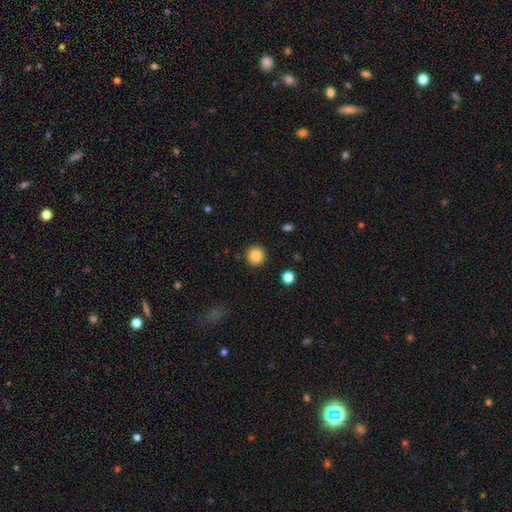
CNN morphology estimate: smooth_or_featured: smooth (p=0.86) [alt: star or artifact p=0.09]
how_rounded: round (p=0.95) [alt: in between p=0.04]
merging: none (p=0.92) [alt: minor disturbance p=0.05]